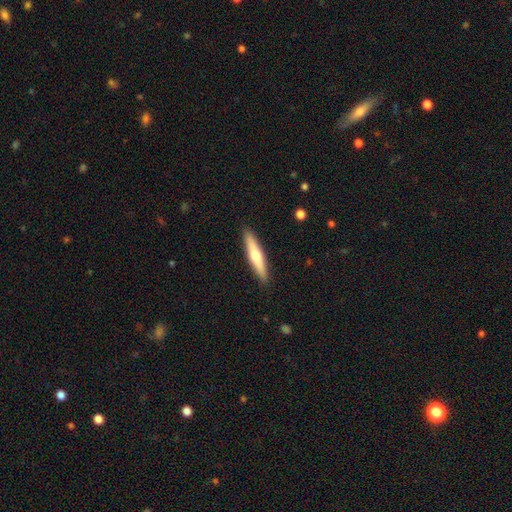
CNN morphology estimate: Smooth or featured: smooth — 49% (featured or disk — 45%)
Merging: none — 91% (minor disturbance — 7%)